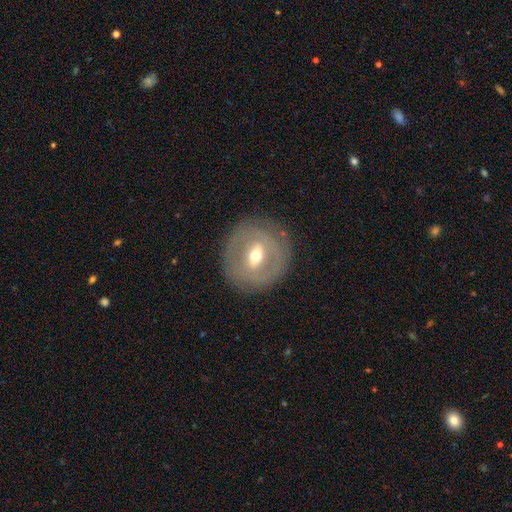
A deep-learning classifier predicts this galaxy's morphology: Smooth or featured? Predicted: featured or disk (p=0.64). Edge-on disk? Predicted: no (p=0.90). Bar? Predicted: weak (p=0.43). Spiral arms? Predicted: no (p=0.73). Bulge size? Predicted: moderate (p=0.62). Merging? Predicted: none (p=0.83).